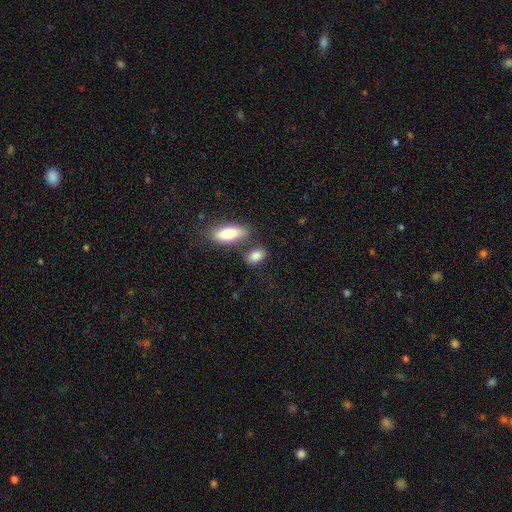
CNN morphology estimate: Overall: smooth (85%). How rounded: in between (85%). Merging: none (64%).